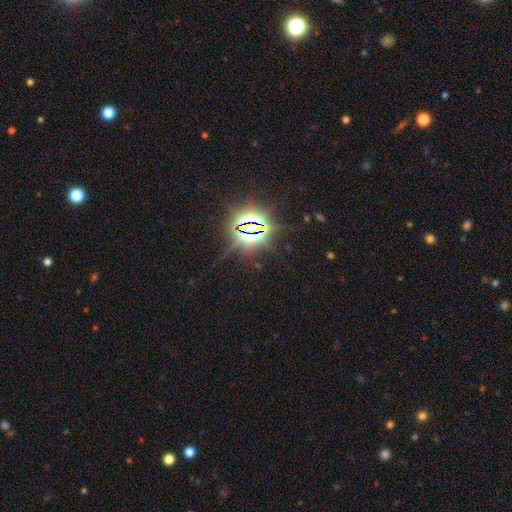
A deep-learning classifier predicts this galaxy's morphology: A star or artifact, not a galaxy (84%).

Vote fractions:
- Smooth or featured? star or artifact: 84% / smooth: 9% / featured or disk: 7%